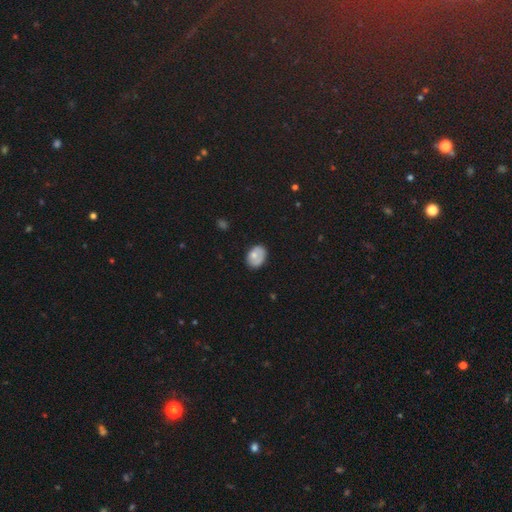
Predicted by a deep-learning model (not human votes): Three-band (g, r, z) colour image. It shows a smooth galaxy with no disk features (71%) that is in between round and cigar-shaped (73%). Merging: none (68%).